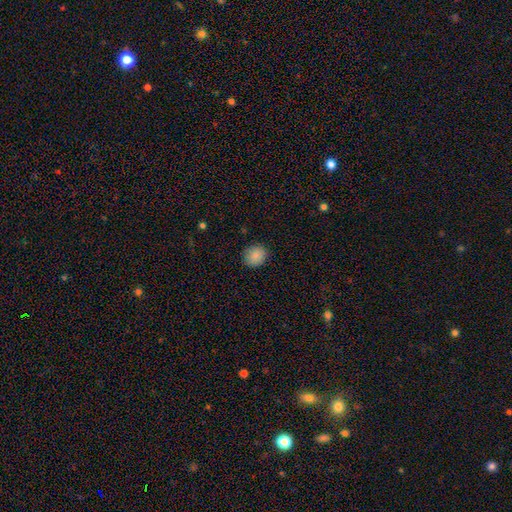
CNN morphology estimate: type=smooth (86%); roundness=round (77%); merging=none (88%).